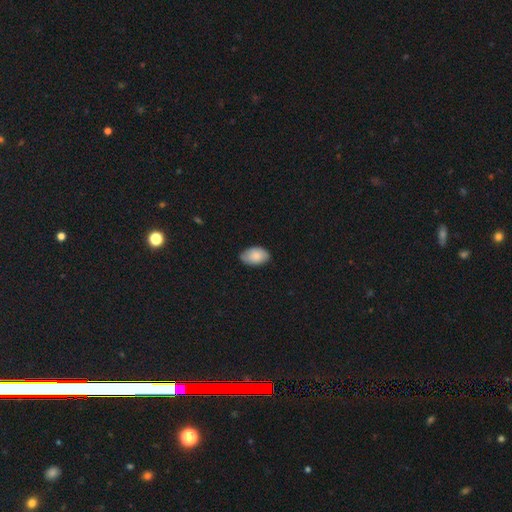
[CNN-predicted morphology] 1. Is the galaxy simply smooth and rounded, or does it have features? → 84% smooth, 10% featured or disk, 7% star or artifact.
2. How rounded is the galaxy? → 93% in between, 6% round, 1% cigar-shaped.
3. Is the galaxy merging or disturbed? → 79% none, 18% minor disturbance, 2% major disturbance, 1% merger.